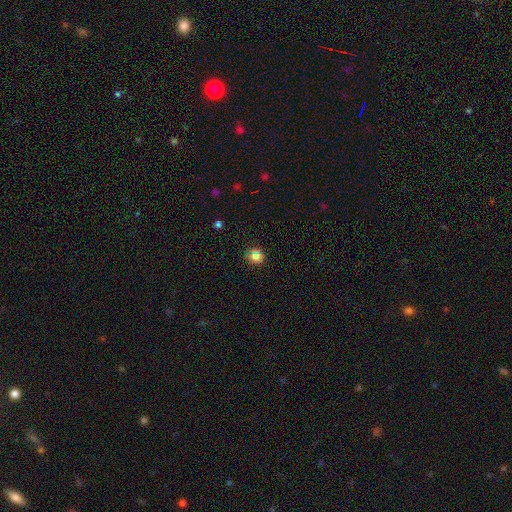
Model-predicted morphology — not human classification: Overall: smooth (74%). How rounded: round (77%). Merging: none (82%).